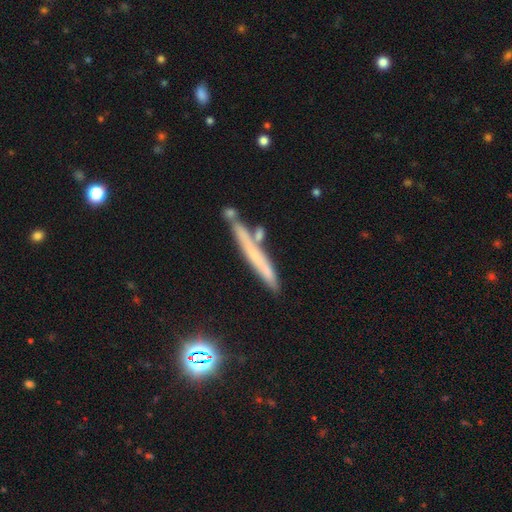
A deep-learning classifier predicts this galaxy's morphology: smooth-or-featured: smooth: 44% | featured or disk: 42% | star or artifact: 13%
  merging: none: 70% | minor disturbance: 15% | merger: 11% | major disturbance: 4%